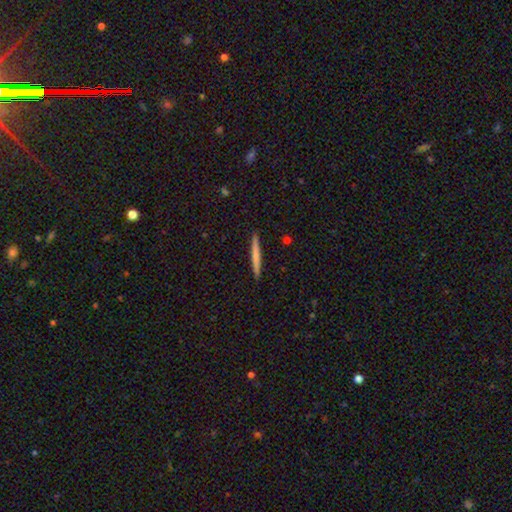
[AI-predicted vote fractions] Morphology: type=smooth (65%); roundness=cigar-shaped (97%); merging=none (92%).